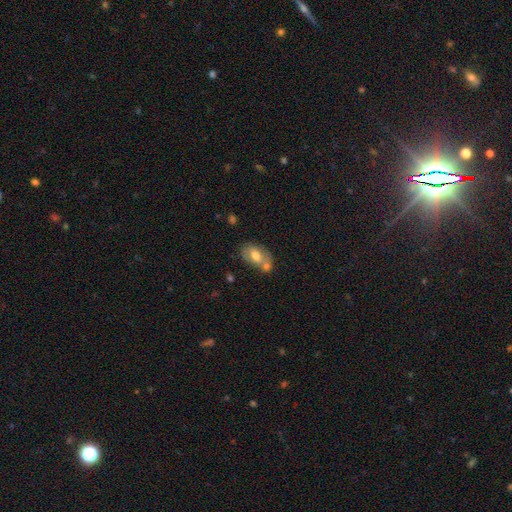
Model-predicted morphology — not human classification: A smooth galaxy with no disk features (64%) that is in between round and cigar-shaped (88%).

Vote fractions:
- Smooth or featured? smooth: 64% / featured or disk: 29% / star or artifact: 7%
- How rounded? in between: 88% / round: 10% / cigar-shaped: 2%
- Merging? none: 42% / merger: 36% / minor disturbance: 17% / major disturbance: 6%